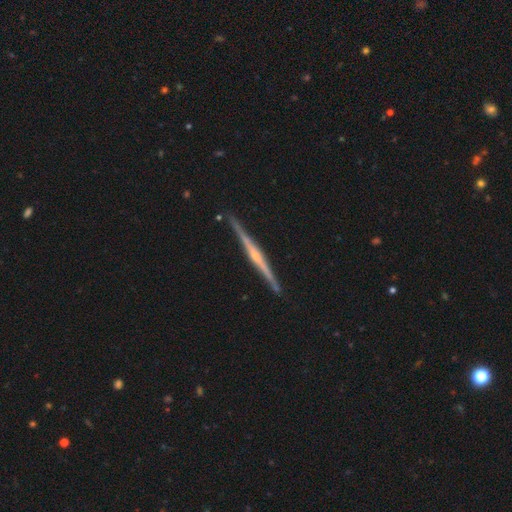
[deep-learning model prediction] This is clearly a featured or disk galaxy (86%). It is clearly viewed edge-on (98%). Edge-on bulge: likely rounded (73%). Merging: clearly none (90%).